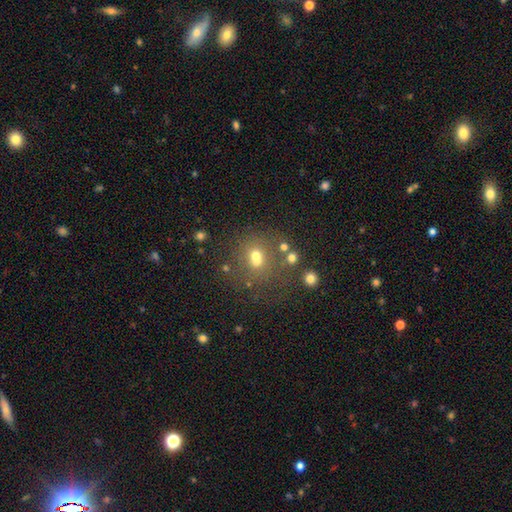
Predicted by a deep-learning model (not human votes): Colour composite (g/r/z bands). It shows a smooth galaxy with no disk features (60%) that is round (70%). Merging: none (50%).